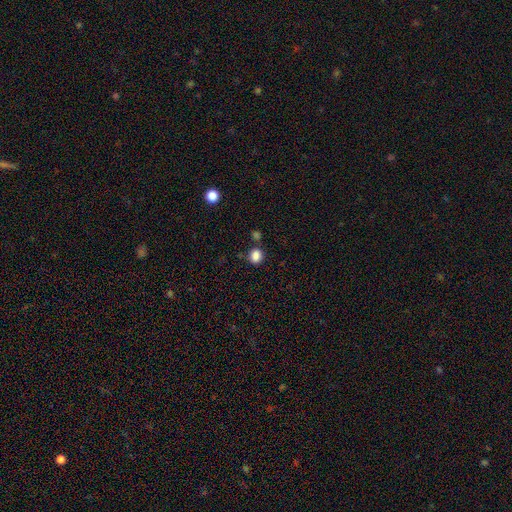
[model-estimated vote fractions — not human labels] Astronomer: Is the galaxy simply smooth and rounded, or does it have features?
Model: smooth — 85%.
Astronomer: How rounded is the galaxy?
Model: round — 62%.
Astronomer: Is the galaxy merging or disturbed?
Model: none — 75%.